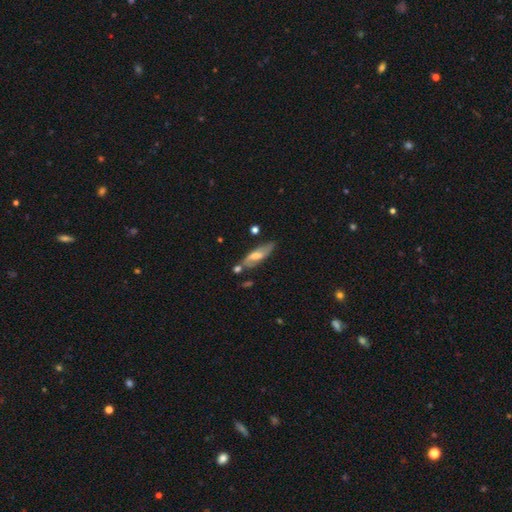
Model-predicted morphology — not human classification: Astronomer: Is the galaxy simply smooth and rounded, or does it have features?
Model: featured or disk — 61%.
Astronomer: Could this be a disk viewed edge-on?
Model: no — 77%.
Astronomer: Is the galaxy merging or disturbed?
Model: none — 64%.